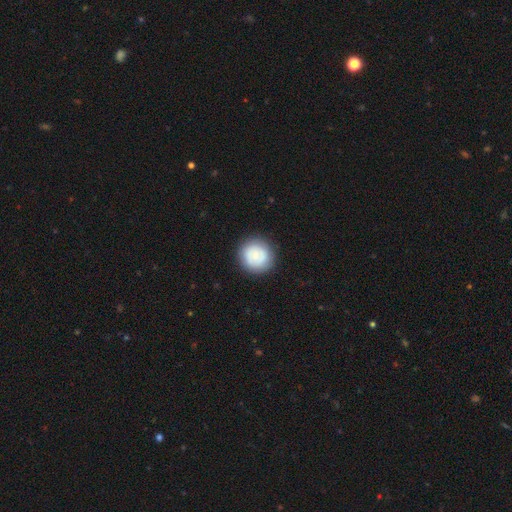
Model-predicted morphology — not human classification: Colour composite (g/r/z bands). It shows a smooth galaxy with no disk features (75%) that is round (94%). Merging: none (87%).